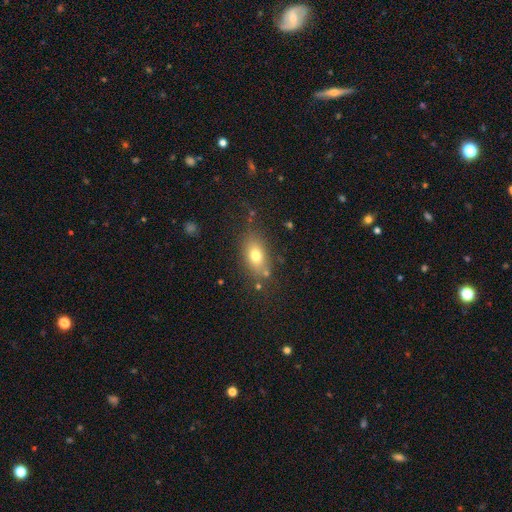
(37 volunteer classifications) Morphology: type=smooth (81%); roundness=in between (73%); merging=none (70%).